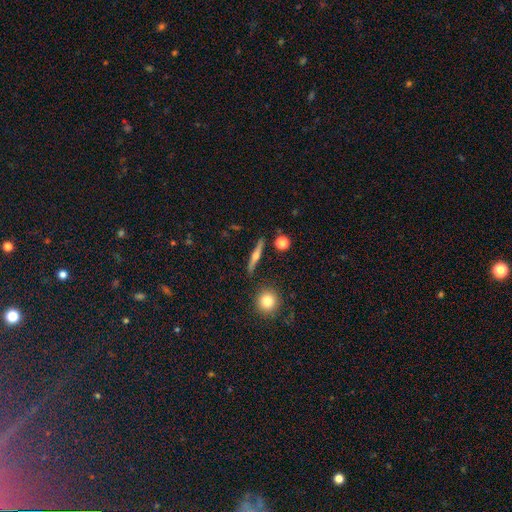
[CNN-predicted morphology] Smooth or featured: featured or disk — 61% (smooth — 31%)
Edge-on disk: yes — 95% (no — 5%)
Edge-on bulge: rounded — 90% (none — 6%)
Merging: none — 88% (minor disturbance — 8%)